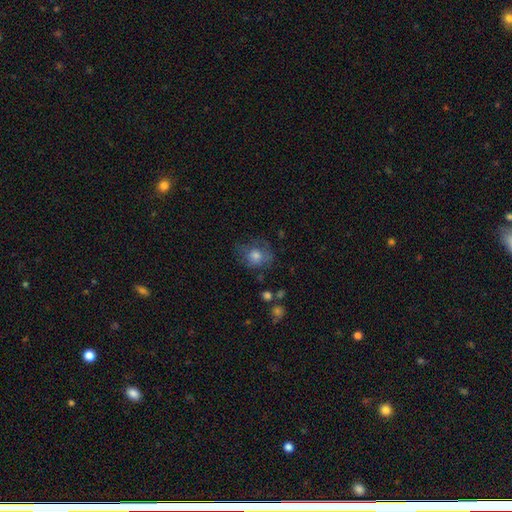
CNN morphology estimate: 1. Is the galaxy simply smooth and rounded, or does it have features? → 66% smooth, 23% featured or disk, 11% star or artifact.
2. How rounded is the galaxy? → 64% round, 35% in between, 1% cigar-shaped.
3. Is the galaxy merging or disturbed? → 57% none, 25% minor disturbance, 16% major disturbance, 3% merger.